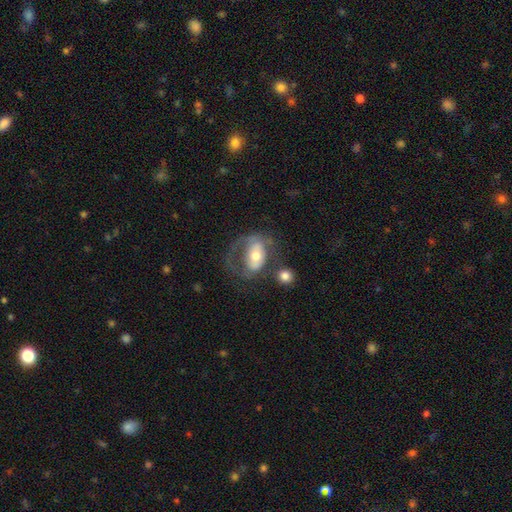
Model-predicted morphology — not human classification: The model was most divided on "spiral arms": yes: 51%, no: 49%. Remaining: edge-on disk — no (94%); bulge size — moderate (67%); smooth or featured — featured or disk (56%); bar — no (53%); merging — major disturbance (36%).